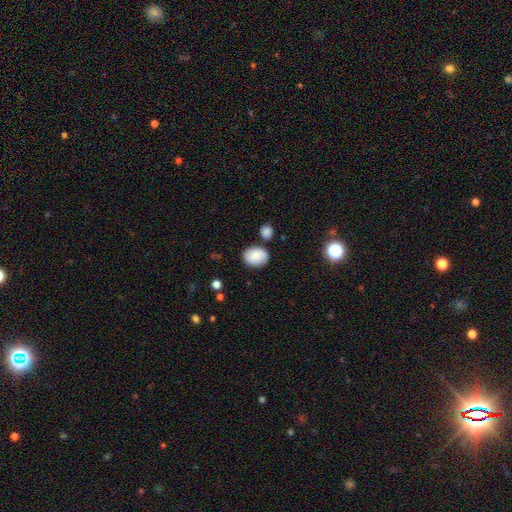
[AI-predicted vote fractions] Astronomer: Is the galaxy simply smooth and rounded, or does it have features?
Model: smooth — 82%.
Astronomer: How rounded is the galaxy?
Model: in between — 66%.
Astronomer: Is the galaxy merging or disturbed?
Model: none — 77%.